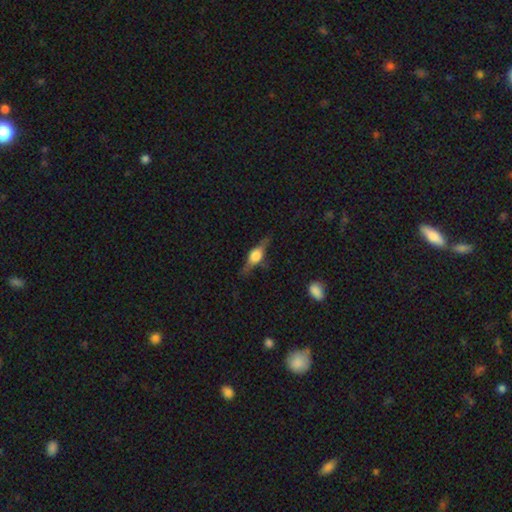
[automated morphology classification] This appears to be a featured or disk galaxy (68%) viewed edge-on (96%) with a rounded central bulge (89%). Merging: none (80%).